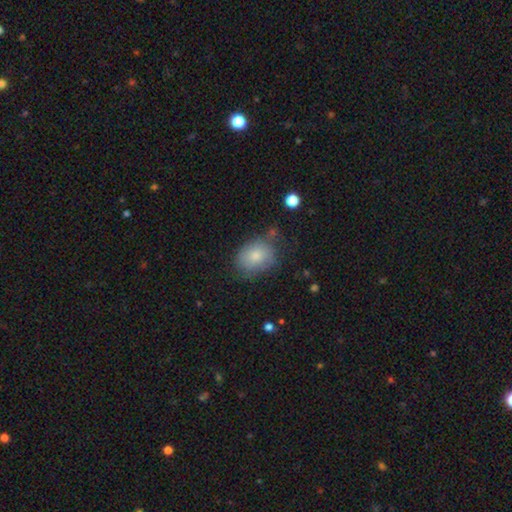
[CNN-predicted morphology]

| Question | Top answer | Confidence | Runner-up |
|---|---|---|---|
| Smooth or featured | smooth | 77% | featured or disk (15%) |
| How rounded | in between | 62% | round (37%) |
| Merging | none | 60% | minor disturbance (27%) |